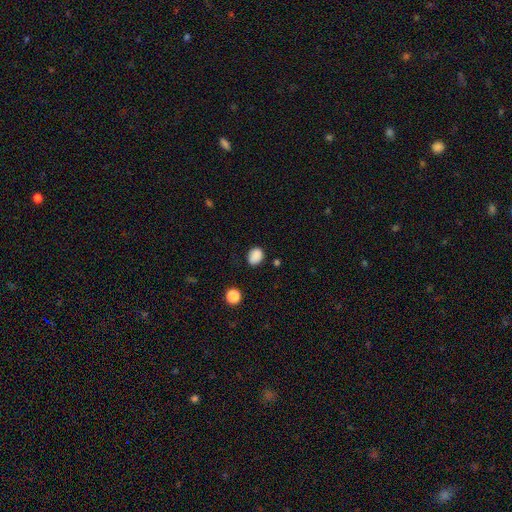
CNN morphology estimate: Smooth or featured? smooth (86%)
How rounded? in between (54%)
Merging? none (79%)